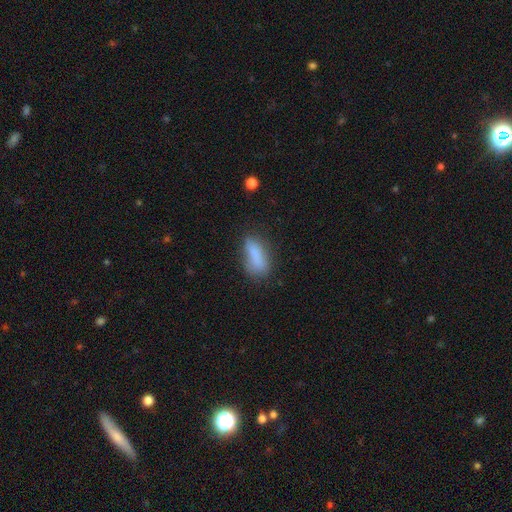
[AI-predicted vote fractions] smooth 81%, featured or disk 11%, star or artifact 9%. Down the decision tree: how rounded — in between (68%); merging — none (62%).